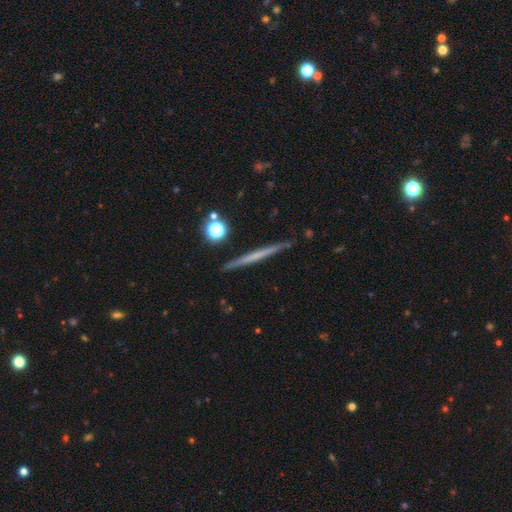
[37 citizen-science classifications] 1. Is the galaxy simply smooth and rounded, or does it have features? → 54% featured or disk, 38% smooth, 8% star or artifact.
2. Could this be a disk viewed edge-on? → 100% yes, 0% no.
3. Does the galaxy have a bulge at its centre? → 100% none, 0% boxy, 0% rounded.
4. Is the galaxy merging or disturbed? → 100% none, 0% minor disturbance, 0% major disturbance, 0% merger.